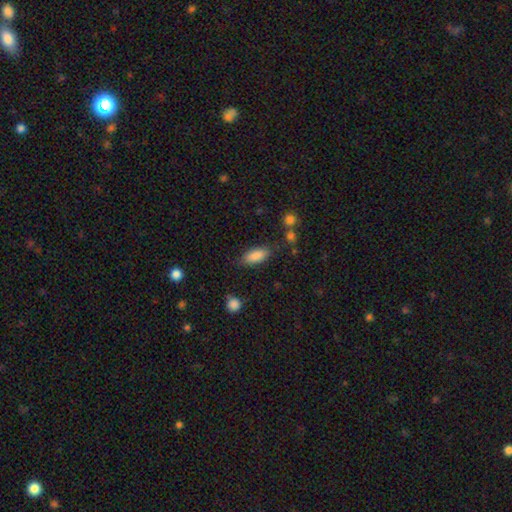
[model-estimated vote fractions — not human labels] Q: Smooth or featured?
A: smooth (86%); runner-up: star or artifact (7%)
Q: How rounded?
A: in between (84%); runner-up: cigar-shaped (13%)
Q: Merging?
A: none (78%); runner-up: minor disturbance (15%)